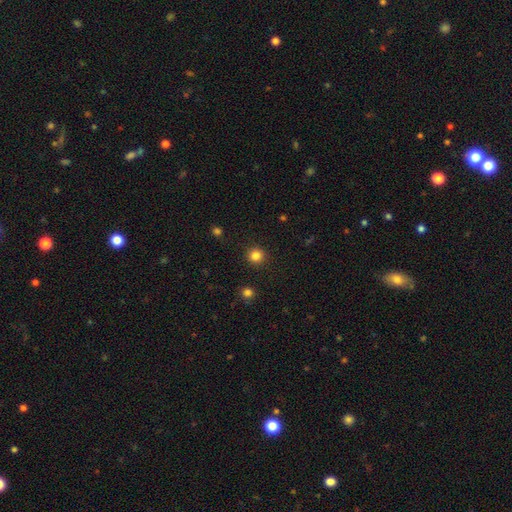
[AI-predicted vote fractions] Smooth or featured: smooth — 83% (star or artifact — 13%)
How rounded: round — 94% (in between — 5%)
Merging: none — 91% (minor disturbance — 5%)